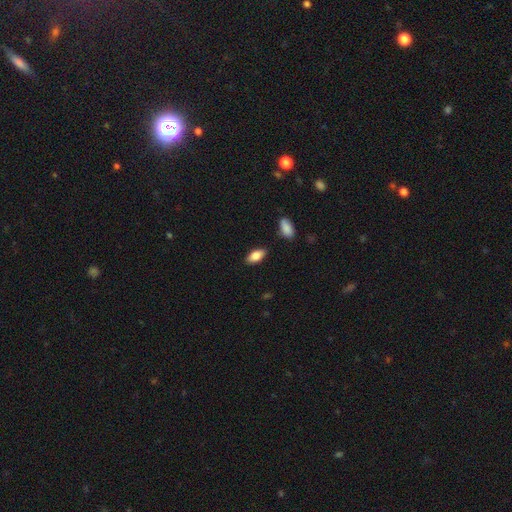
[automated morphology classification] A smooth galaxy with no disk features (84%) that is in between round and cigar-shaped (91%). Merging: none (85%).